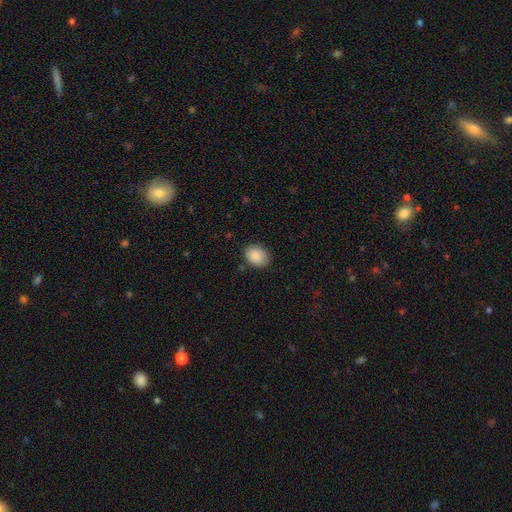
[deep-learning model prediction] Morphology: type=smooth (87%); roundness=in between (60%); merging=none (83%).